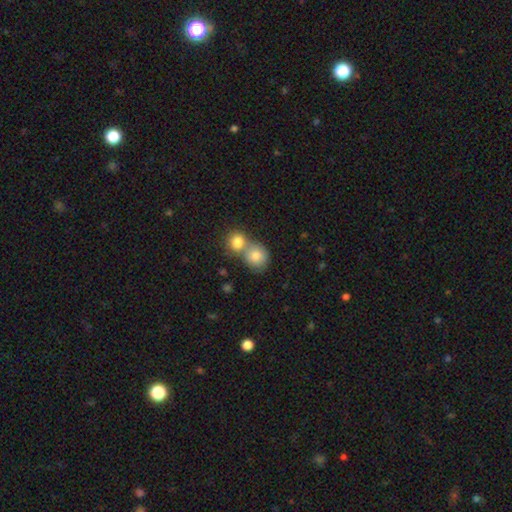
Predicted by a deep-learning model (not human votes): Smooth or featured? Predicted: smooth (p=0.80). How rounded? Predicted: round (p=0.77). Merging? Predicted: merger (p=0.57).